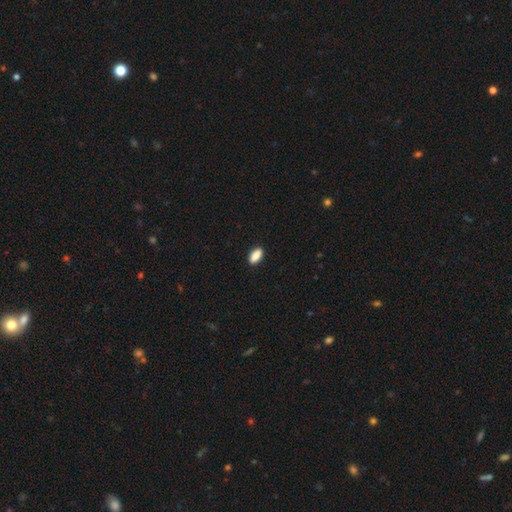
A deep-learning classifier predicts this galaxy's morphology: Q: Smooth or featured?
A: smooth (88%); runner-up: star or artifact (7%)
Q: How rounded?
A: in between (85%); runner-up: cigar-shaped (12%)
Q: Merging?
A: none (89%); runner-up: minor disturbance (8%)